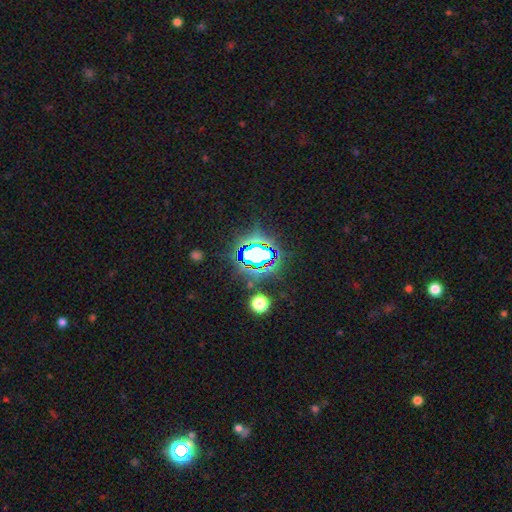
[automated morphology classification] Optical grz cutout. It shows a star or artifact, not a galaxy (72%).